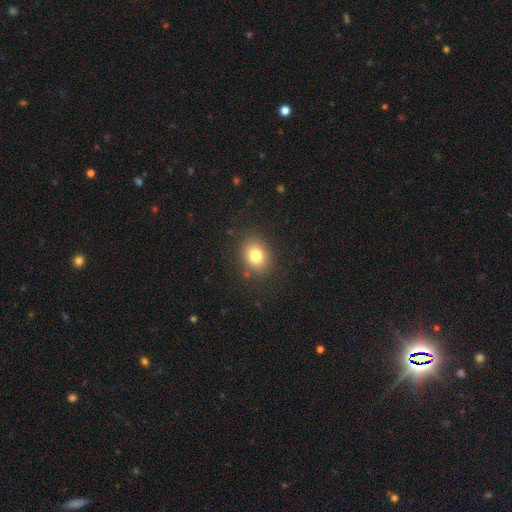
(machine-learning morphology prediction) A smooth galaxy with no disk features (79%) that is round (55%). Merging: none (86%).